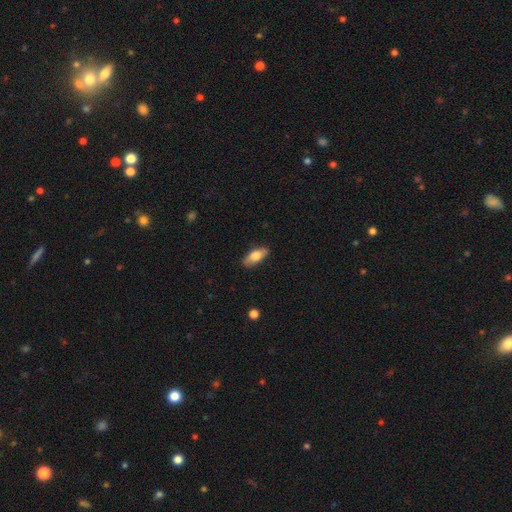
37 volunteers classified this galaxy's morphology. Volunteers were most divided on "smooth or featured": smooth: 65%, featured or disk: 30%, star or artifact: 5%. More confident: how rounded — in between (71%); merging — none (69%).